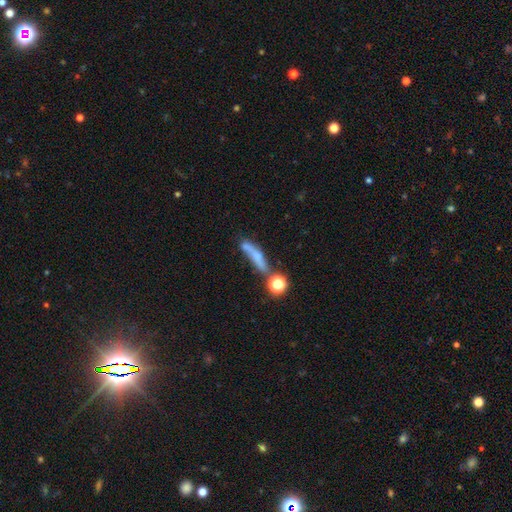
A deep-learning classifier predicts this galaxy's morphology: Q: Smooth or featured?
A: smooth (50%); runner-up: featured or disk (37%)
Q: Merging?
A: none (47%); runner-up: minor disturbance (21%)